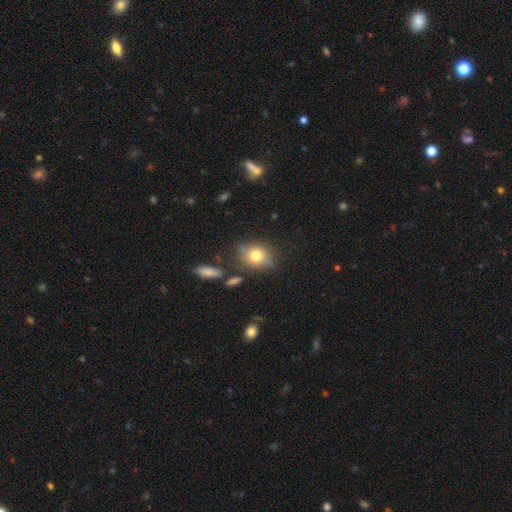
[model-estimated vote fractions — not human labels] Q: Smooth or featured?
A: smooth (71%); runner-up: featured or disk (17%)
Q: How rounded?
A: round (54%); runner-up: in between (44%)
Q: Merging?
A: none (68%); runner-up: minor disturbance (20%)